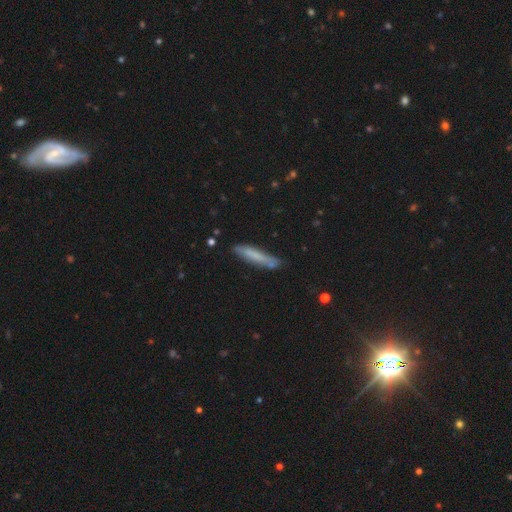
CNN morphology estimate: Q: Smooth or featured?
A: smooth (68%); runner-up: featured or disk (25%)
Q: How rounded?
A: cigar-shaped (91%); runner-up: in between (8%)
Q: Merging?
A: none (75%); runner-up: minor disturbance (18%)